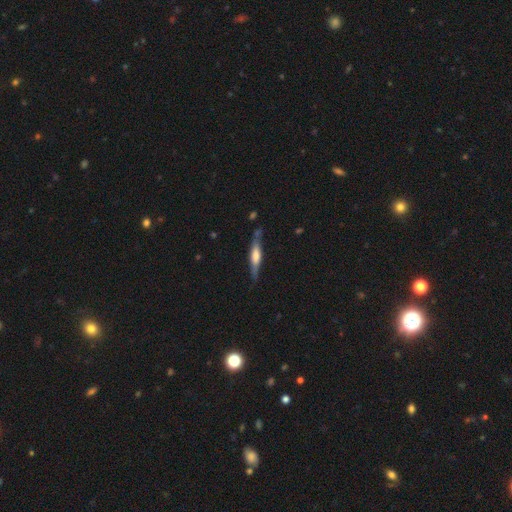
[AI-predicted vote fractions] featured or disk 63%, smooth 32%, star or artifact 6%. Down the decision tree: edge-on disk — yes (94%); edge-on bulge — rounded (55%); merging — none (79%).